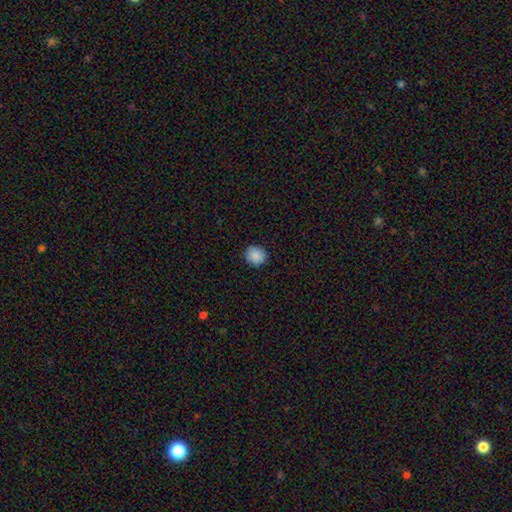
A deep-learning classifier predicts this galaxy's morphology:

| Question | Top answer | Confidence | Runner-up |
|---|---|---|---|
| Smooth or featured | smooth | 88% | star or artifact (9%) |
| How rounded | round | 85% | in between (14%) |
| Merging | none | 90% | minor disturbance (8%) |